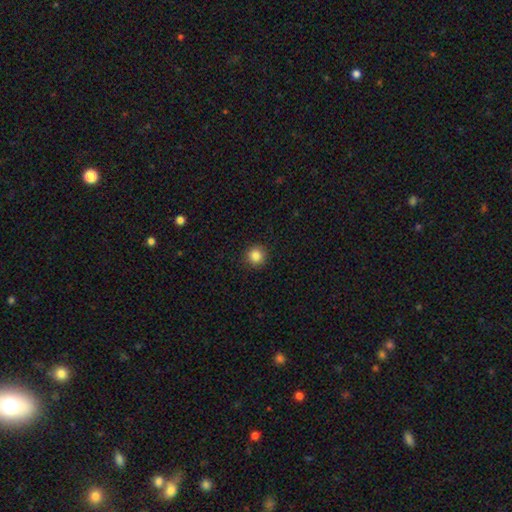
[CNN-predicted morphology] The model was most divided on "smooth or featured": smooth: 84%, star or artifact: 11%, featured or disk: 5%. More confident: how rounded — round (95%); merging — none (92%).